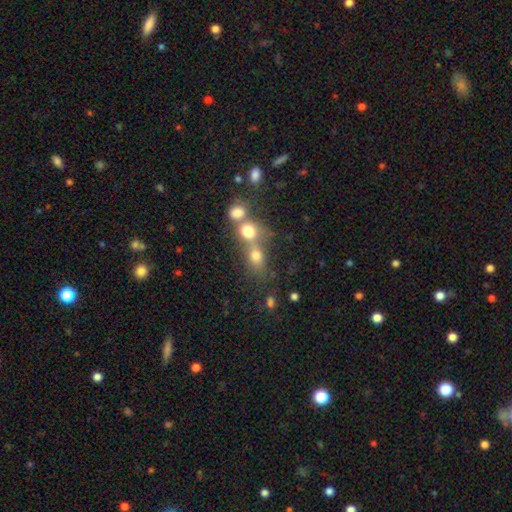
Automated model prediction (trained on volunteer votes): smooth_or_featured: smooth (p=0.70) [alt: star or artifact p=0.15]
how_rounded: round (p=0.57) [alt: in between p=0.41]
merging: merger (p=0.55) [alt: none p=0.31]